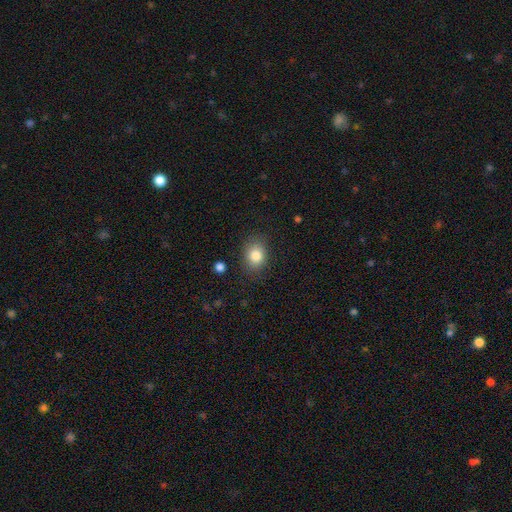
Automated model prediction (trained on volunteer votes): Overall: smooth (83%). How rounded: in between (53%; round 46%). Merging: none (84%).